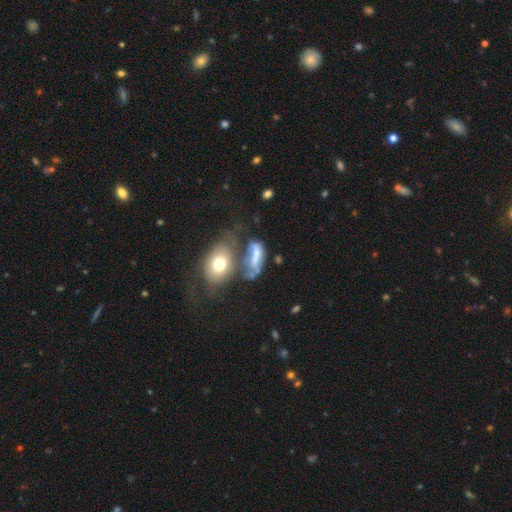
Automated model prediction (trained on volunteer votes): Morphology: type=smooth (47%); merging=merger (38%).